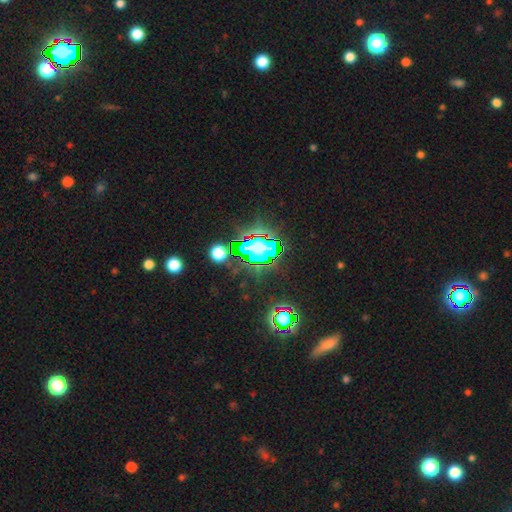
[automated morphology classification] A star or artifact, not a galaxy (64%).

Vote fractions:
- Smooth or featured? star or artifact: 64% / smooth: 22% / featured or disk: 14%